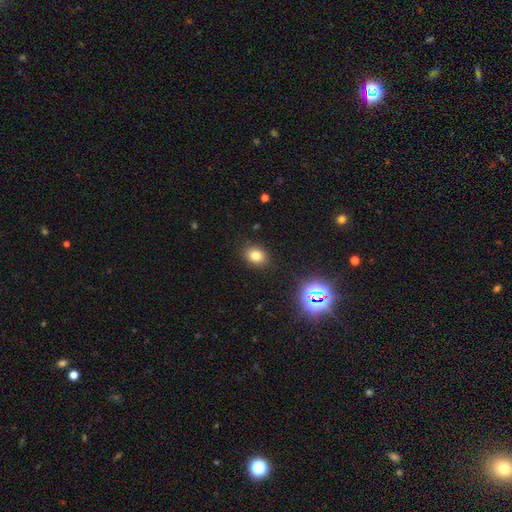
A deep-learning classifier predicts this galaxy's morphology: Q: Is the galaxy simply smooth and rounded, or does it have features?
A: smooth — 77%.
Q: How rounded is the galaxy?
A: in between — 51%.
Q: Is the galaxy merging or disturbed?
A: none — 88%.